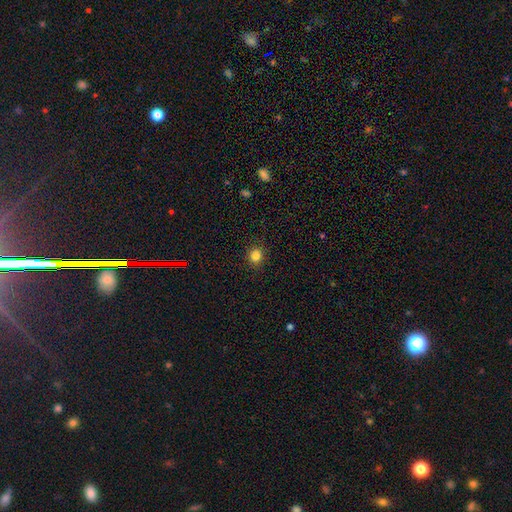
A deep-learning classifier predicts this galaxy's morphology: This appears to be a smooth galaxy with no disk features (82%) that is round (88%). Merging: none (90%).